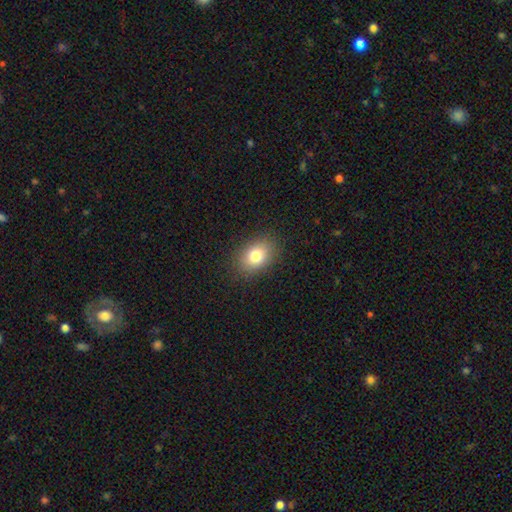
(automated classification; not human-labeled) Overall: smooth (80%). How rounded: in between (75%). Merging: none (86%).